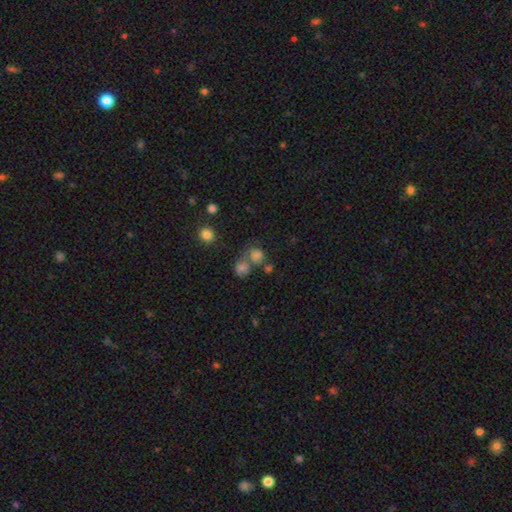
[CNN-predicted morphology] type=smooth (68%); roundness=round (78%); merging=none (45%).